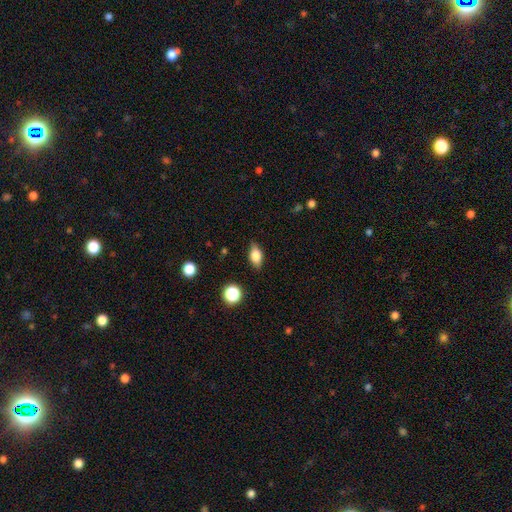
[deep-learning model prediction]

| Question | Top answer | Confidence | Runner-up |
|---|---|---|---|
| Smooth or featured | smooth | 75% | featured or disk (16%) |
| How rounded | in between | 81% | round (11%) |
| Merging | none | 83% | minor disturbance (13%) |